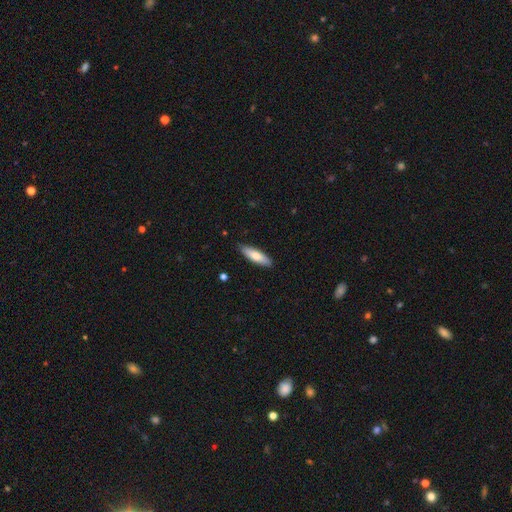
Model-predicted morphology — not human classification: Overall: smooth (70%). How rounded: cigar-shaped (58%; in between 40%). Merging: none (88%).